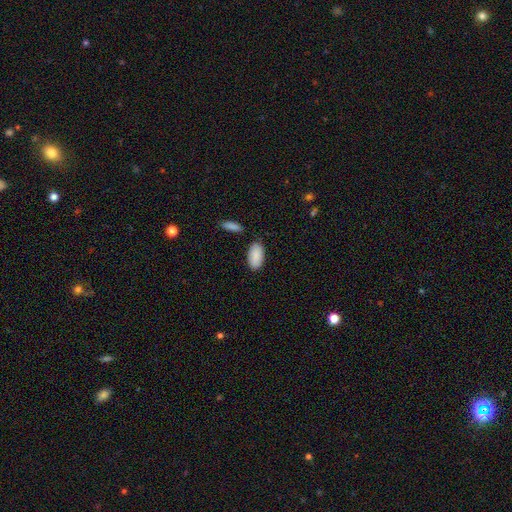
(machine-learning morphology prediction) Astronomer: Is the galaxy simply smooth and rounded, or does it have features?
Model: smooth — 89%.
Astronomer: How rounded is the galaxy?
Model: in between — 94%.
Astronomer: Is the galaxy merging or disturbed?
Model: none — 81%.